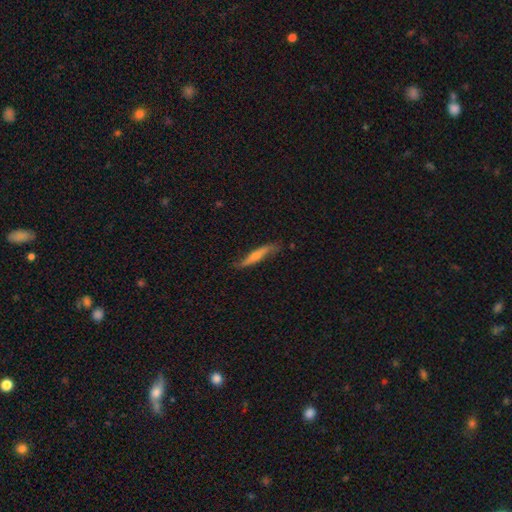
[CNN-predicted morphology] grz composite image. It shows a featured or disk galaxy (55%) viewed edge-on (74%). Merging: none (72%).